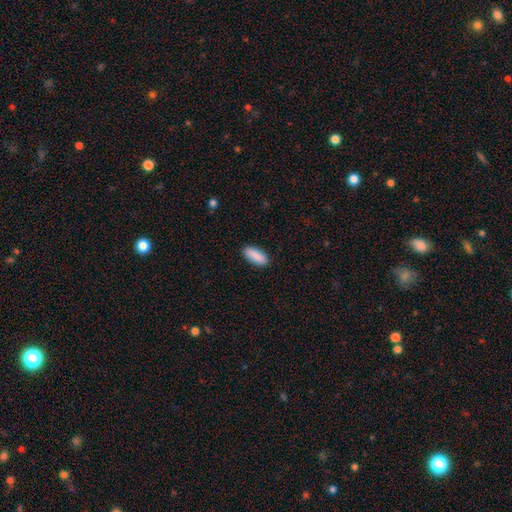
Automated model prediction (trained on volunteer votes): Overall: smooth (90%). How rounded: in between (76%). Merging: none (90%).